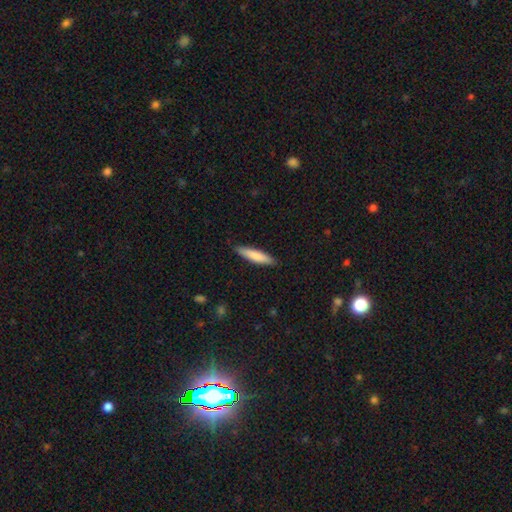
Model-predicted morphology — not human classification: Smooth or featured: smooth — 80% (featured or disk — 15%)
How rounded: cigar-shaped — 82% (in between — 16%)
Merging: none — 89% (minor disturbance — 8%)